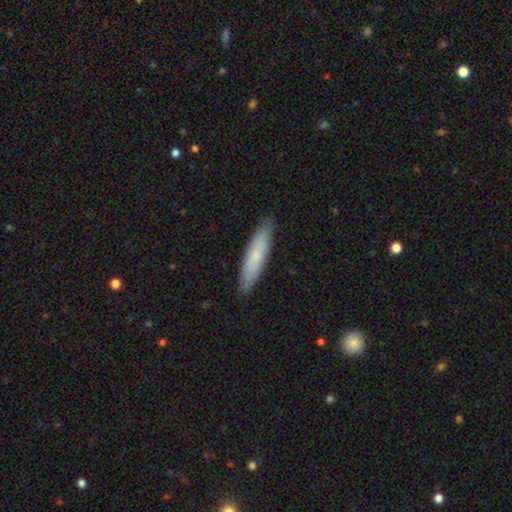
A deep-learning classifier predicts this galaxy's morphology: Overall: smooth (71%). How rounded: cigar-shaped (81%). Merging: none (88%).